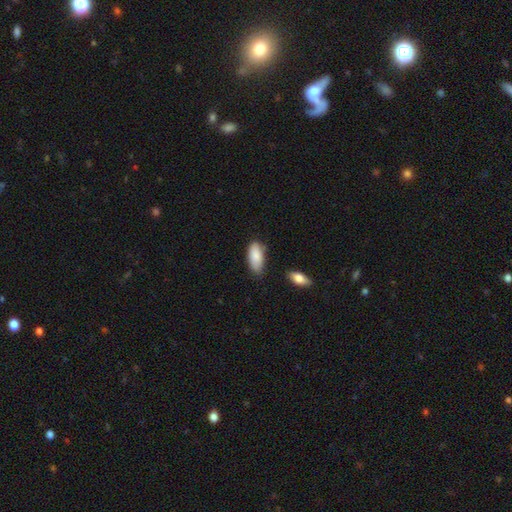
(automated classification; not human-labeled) Overall: smooth (87%). How rounded: in between (87%). Merging: none (71%).